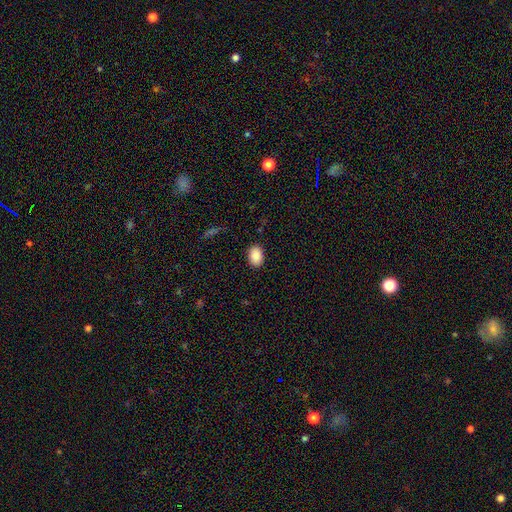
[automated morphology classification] This is clearly a smooth galaxy (90%). How rounded: clearly in between (83%). Merging: clearly none (88%).